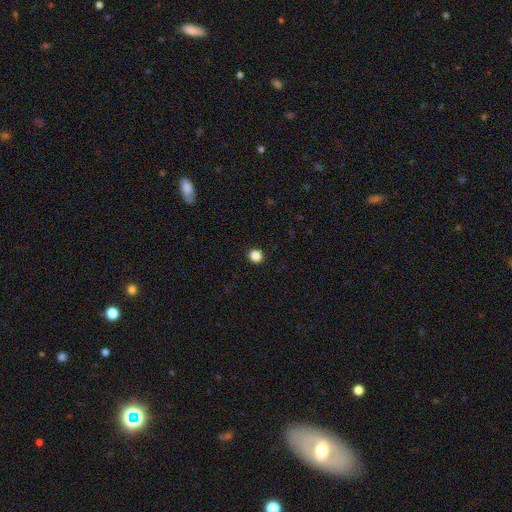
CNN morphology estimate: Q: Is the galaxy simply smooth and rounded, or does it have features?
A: smooth — 86%.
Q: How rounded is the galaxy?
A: round — 88%.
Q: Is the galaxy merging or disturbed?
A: none — 93%.